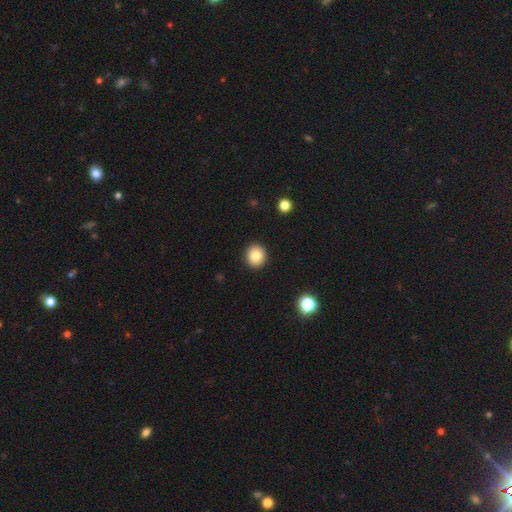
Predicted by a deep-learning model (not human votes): A smooth galaxy with no disk features (82%) that is round (87%). Merging: none (92%).